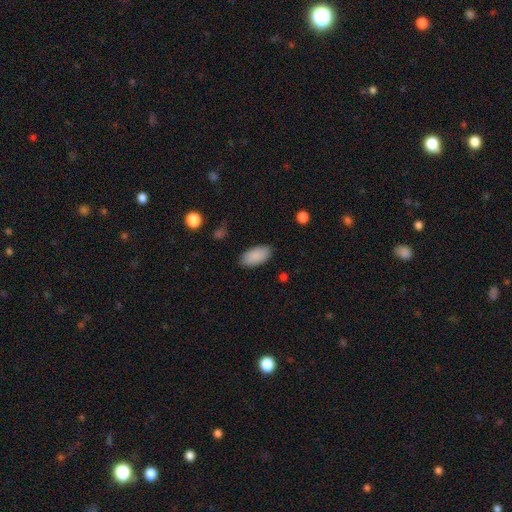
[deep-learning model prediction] Q: Smooth or featured?
A: smooth (90%); runner-up: star or artifact (6%)
Q: How rounded?
A: in between (94%); runner-up: cigar-shaped (4%)
Q: Merging?
A: none (86%); runner-up: minor disturbance (10%)